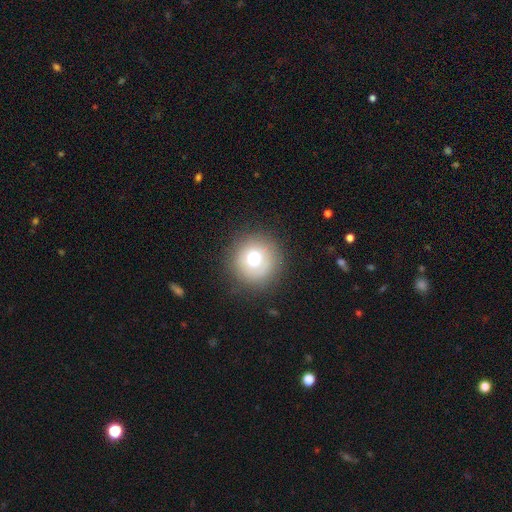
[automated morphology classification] Q: Smooth or featured?
A: smooth (71%); runner-up: featured or disk (18%)
Q: How rounded?
A: round (94%); runner-up: in between (5%)
Q: Merging?
A: none (80%); runner-up: minor disturbance (13%)